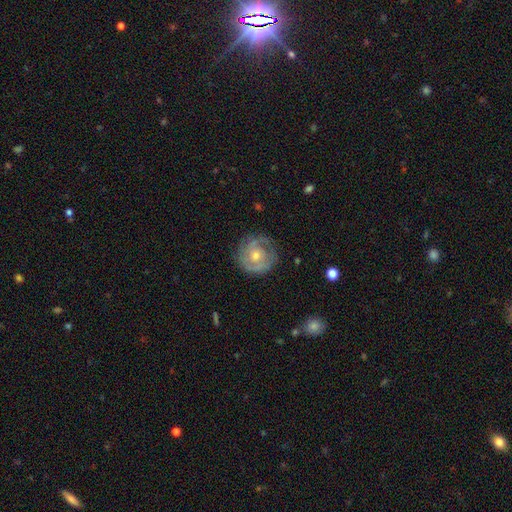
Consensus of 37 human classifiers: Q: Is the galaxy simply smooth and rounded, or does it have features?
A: featured or disk — 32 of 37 (86%).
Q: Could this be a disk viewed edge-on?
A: no — 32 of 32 (100%).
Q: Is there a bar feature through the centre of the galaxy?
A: no — 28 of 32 (88%).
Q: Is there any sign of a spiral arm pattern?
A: yes — 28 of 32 (88%).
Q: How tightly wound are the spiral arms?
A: tight — 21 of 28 (75%).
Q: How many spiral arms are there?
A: can't tell — 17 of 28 (61%).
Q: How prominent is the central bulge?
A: moderate — 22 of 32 (69%).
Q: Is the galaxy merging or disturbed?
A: none — 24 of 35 (69%).